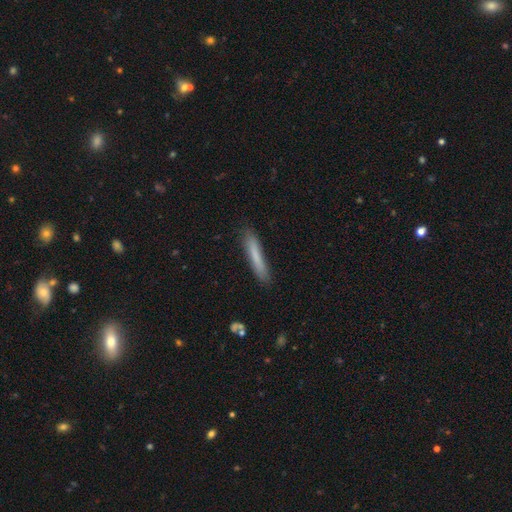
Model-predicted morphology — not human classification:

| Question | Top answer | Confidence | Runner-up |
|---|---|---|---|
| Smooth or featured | smooth | 76% | featured or disk (17%) |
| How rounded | cigar-shaped | 93% | in between (6%) |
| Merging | none | 82% | minor disturbance (14%) |